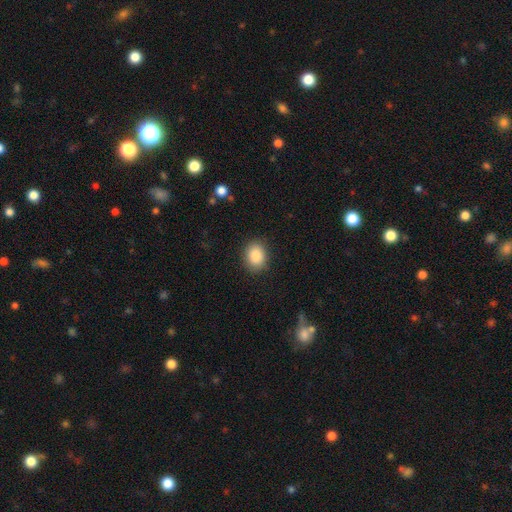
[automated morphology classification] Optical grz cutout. It shows a smooth galaxy with no disk features (87%) that is in between round and cigar-shaped (54%). Merging: none (88%).